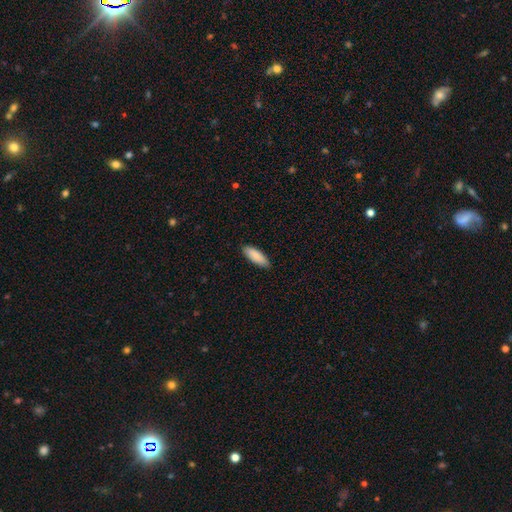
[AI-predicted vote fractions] smooth-or-featured: smooth: 89% | featured or disk: 6% | star or artifact: 5%
  how-rounded: in between: 61% | cigar-shaped: 38% | round: 1%
  merging: none: 87% | minor disturbance: 10% | major disturbance: 2% | merger: 1%